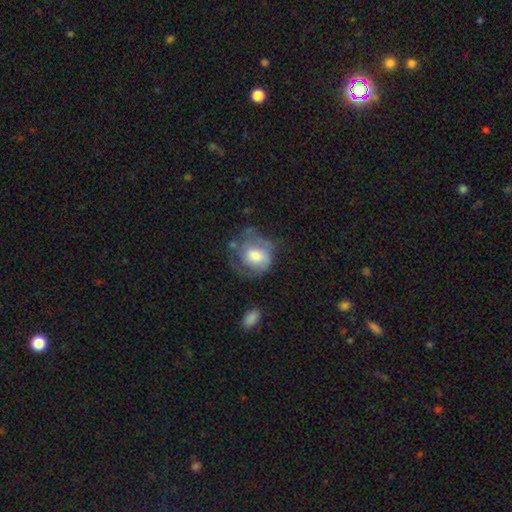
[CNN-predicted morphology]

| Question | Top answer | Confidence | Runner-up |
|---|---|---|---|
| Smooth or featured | featured or disk | 49% | smooth (44%) |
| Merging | none | 41% | major disturbance (29%) |